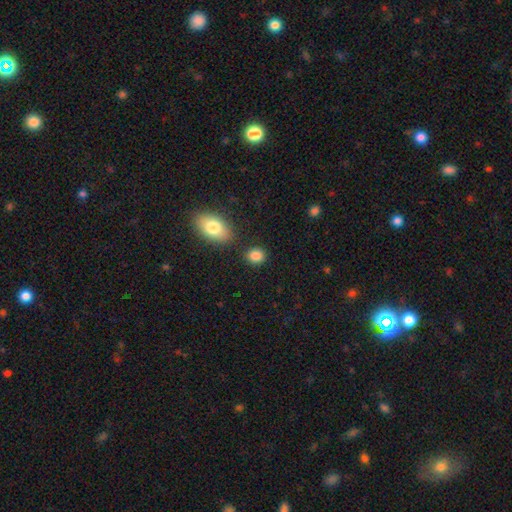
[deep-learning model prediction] Smooth or featured?
  - smooth: 86% *
  - star or artifact: 9%
  - featured or disk: 5%
How rounded?
  - round: 64% *
  - in between: 34%
  - cigar-shaped: 1%
Merging?
  - none: 83% *
  - minor disturbance: 9%
  - merger: 5%
  - major disturbance: 3%